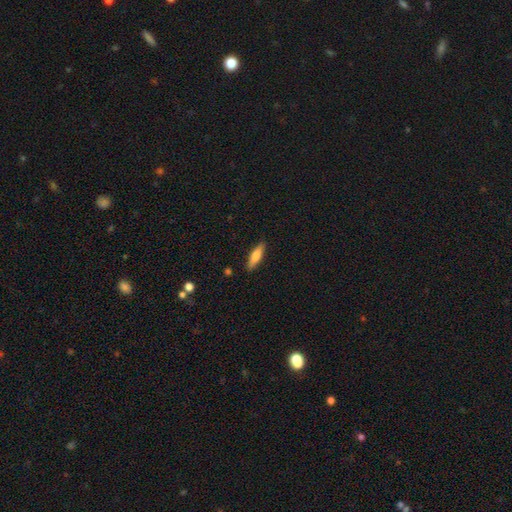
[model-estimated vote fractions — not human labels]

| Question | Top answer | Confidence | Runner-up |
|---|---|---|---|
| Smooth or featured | smooth | 71% | featured or disk (23%) |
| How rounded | cigar-shaped | 63% | in between (35%) |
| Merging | none | 88% | minor disturbance (9%) |